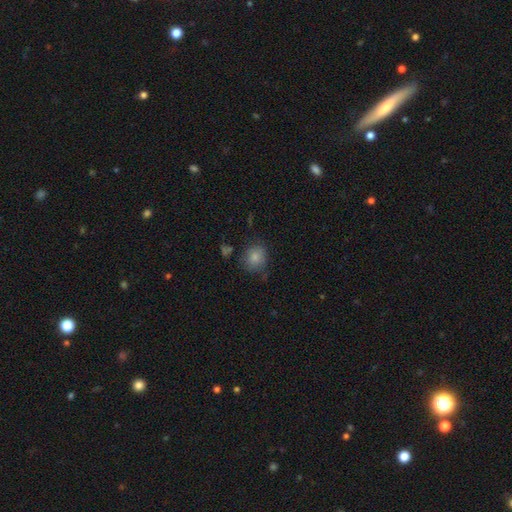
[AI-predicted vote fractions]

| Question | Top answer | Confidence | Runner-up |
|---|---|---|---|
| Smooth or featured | smooth | 74% | star or artifact (16%) |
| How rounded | round | 74% | in between (25%) |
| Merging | none | 77% | minor disturbance (16%) |